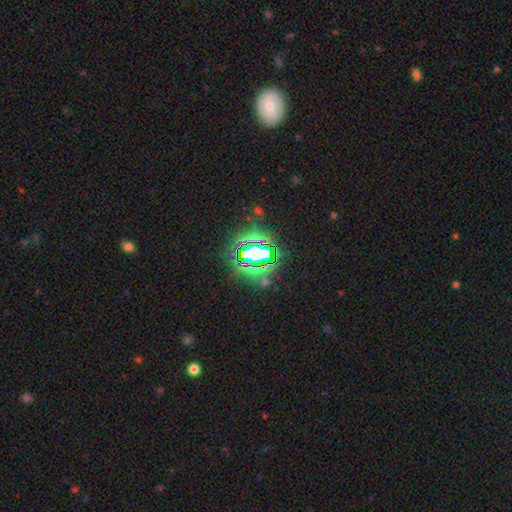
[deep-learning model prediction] The model was most divided on "smooth or featured": star or artifact: 73%, smooth: 17%, featured or disk: 10%.